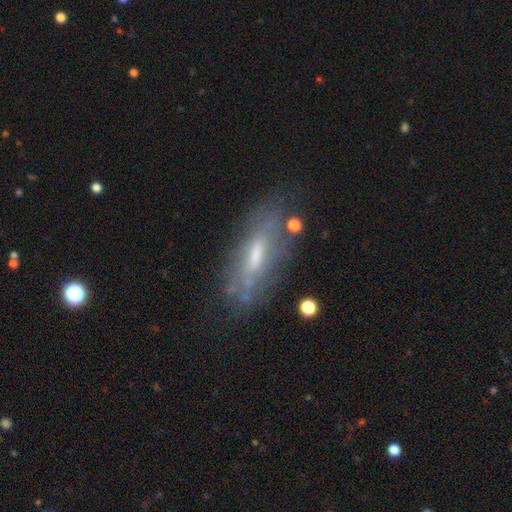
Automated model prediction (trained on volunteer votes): A featured or disk galaxy (52%).

Vote fractions:
- Smooth or featured? featured or disk: 52% / smooth: 39% / star or artifact: 9%
- Edge-on disk? no: 58% / yes: 42%
- Merging? none: 63% / minor disturbance: 22% / major disturbance: 11% / merger: 4%